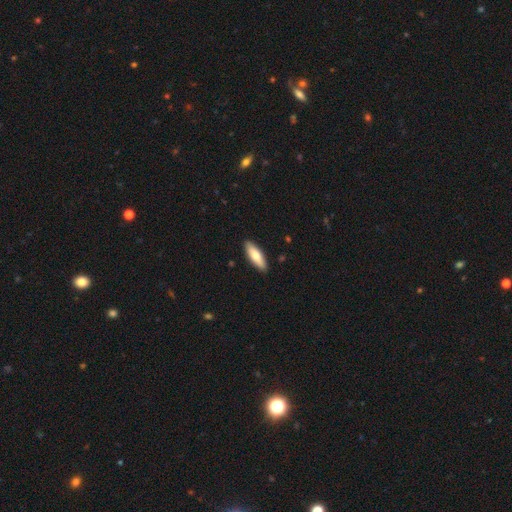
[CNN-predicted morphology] Smooth or featured? smooth (74%)
How rounded? in between (53%)
Merging? none (89%)